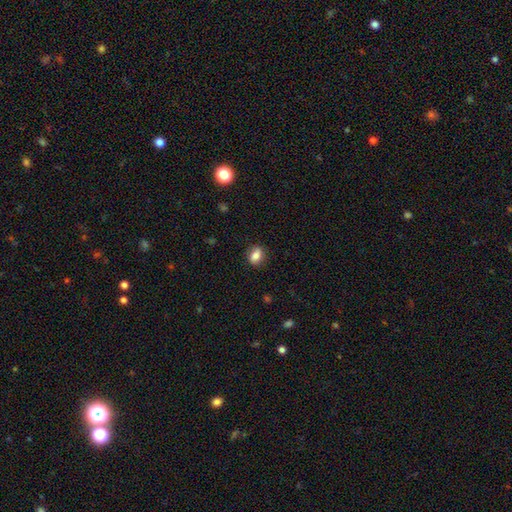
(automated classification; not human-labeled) Smooth or featured?
  - smooth: 80% *
  - featured or disk: 10%
  - star or artifact: 10%
How rounded?
  - in between: 65% *
  - round: 33%
  - cigar-shaped: 2%
Merging?
  - none: 81% *
  - minor disturbance: 14%
  - major disturbance: 3%
  - merger: 1%